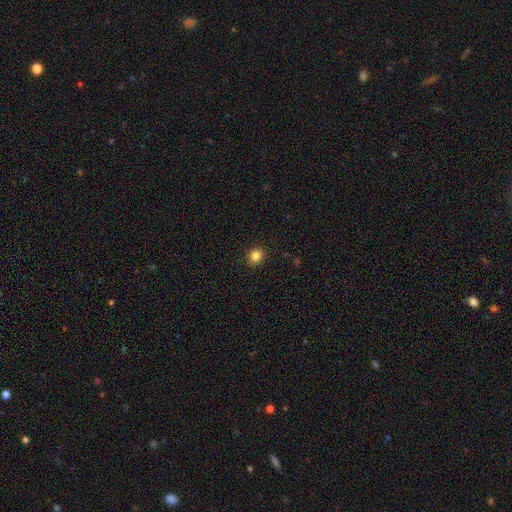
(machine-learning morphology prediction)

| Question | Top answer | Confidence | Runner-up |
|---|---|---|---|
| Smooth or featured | smooth | 85% | star or artifact (11%) |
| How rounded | round | 79% | in between (20%) |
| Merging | none | 91% | minor disturbance (6%) |